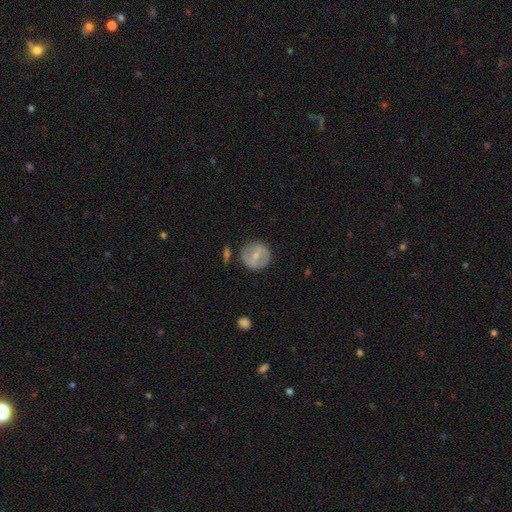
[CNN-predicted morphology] This is possibly a featured or disk galaxy (47%, tied with smooth). Merging: clearly none (80%).